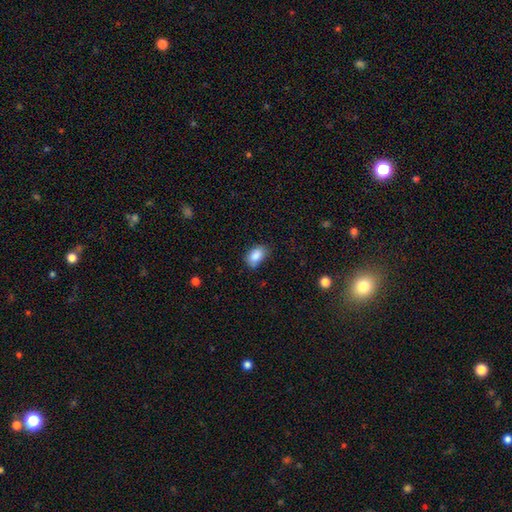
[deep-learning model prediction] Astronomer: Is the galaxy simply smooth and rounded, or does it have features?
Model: smooth — 87%.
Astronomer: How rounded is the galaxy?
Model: in between — 88%.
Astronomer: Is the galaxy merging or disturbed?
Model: none — 70%.